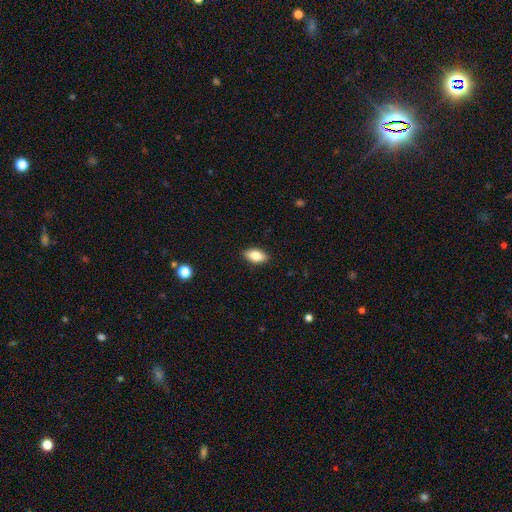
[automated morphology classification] Smooth or featured? smooth (80%)
How rounded? in between (90%)
Merging? none (89%)